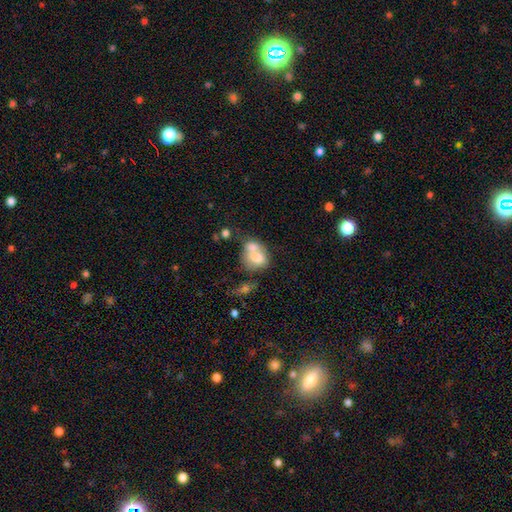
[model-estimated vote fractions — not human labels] smooth 68%, featured or disk 23%, star or artifact 8%. Down the decision tree: how rounded — in between (55%); merging — merger (64%).